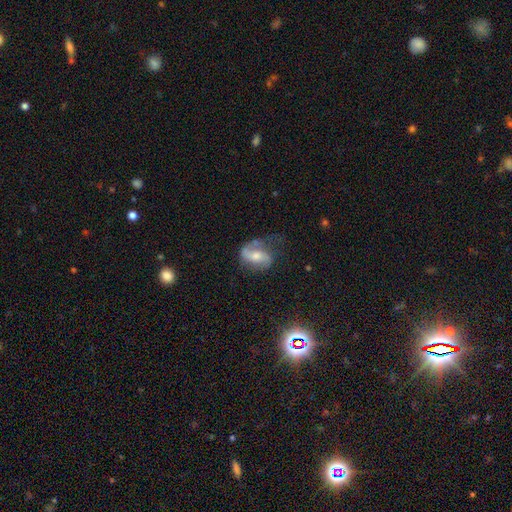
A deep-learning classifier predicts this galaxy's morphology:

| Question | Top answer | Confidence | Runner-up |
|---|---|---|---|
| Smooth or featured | featured or disk | 72% | smooth (21%) |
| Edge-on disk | no | 97% | yes (3%) |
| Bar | weak | 42% | no (39%) |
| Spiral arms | yes | 91% | no (9%) |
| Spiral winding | loose | 49% | medium (39%) |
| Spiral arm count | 2 | 78% | 1 (13%) |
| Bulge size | moderate | 56% | small (27%) |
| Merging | none | 49% | minor disturbance (26%) |